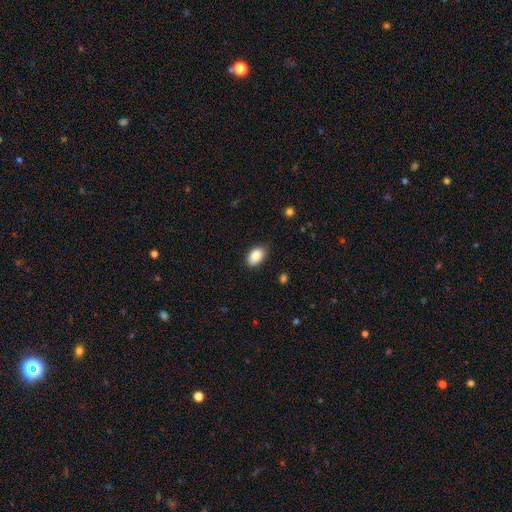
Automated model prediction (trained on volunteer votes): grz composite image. It shows a smooth galaxy with no disk features (87%) that is in between round and cigar-shaped (91%). Merging: none (82%).